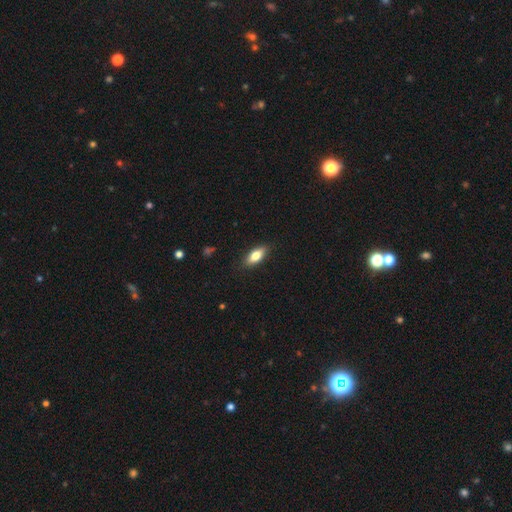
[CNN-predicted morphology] A smooth galaxy with no disk features (77%) that is in between round and cigar-shaped (80%).

Vote fractions:
- Smooth or featured? smooth: 77% / featured or disk: 16% / star or artifact: 7%
- How rounded? in between: 80% / cigar-shaped: 17% / round: 3%
- Merging? none: 86% / minor disturbance: 10% / major disturbance: 2% / merger: 1%